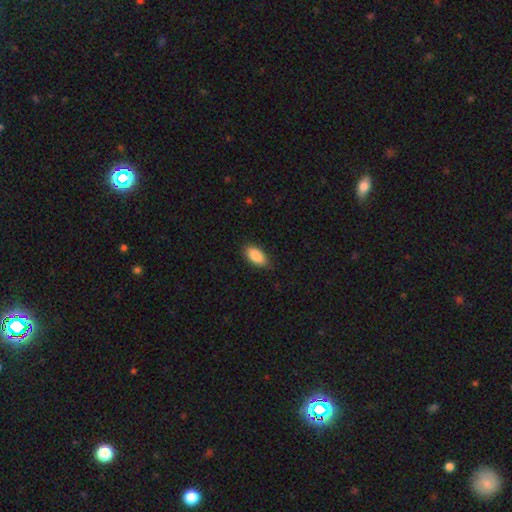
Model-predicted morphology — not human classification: A smooth galaxy with no disk features (89%) that is in between round and cigar-shaped (91%). Merging: none (86%).